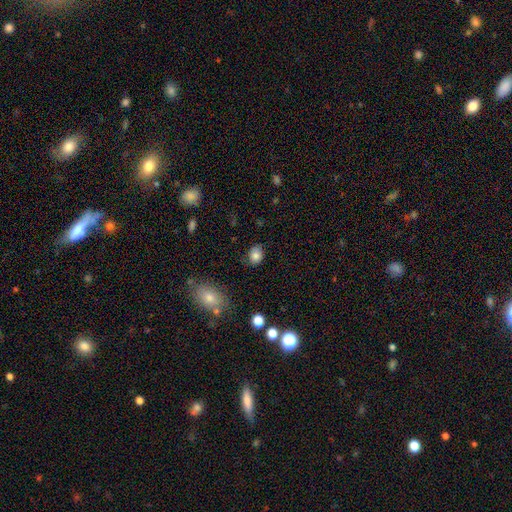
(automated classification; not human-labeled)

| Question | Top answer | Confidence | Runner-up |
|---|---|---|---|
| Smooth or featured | smooth | 82% | star or artifact (10%) |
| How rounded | in between | 53% | round (46%) |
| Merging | none | 80% | minor disturbance (15%) |